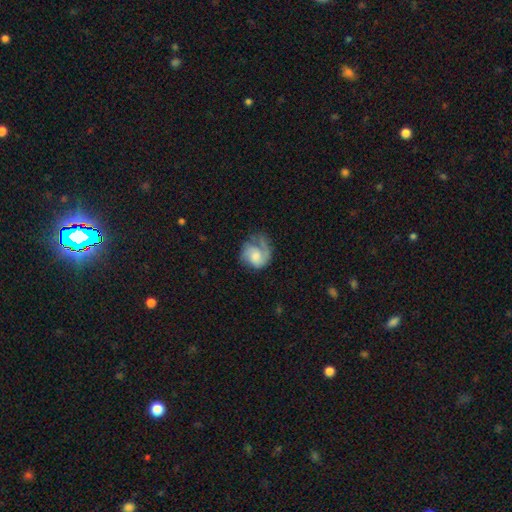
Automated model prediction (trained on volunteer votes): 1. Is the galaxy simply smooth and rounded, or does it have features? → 60% featured or disk, 33% smooth, 7% star or artifact.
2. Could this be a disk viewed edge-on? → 98% no, 2% yes.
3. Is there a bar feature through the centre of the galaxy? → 68% no, 28% weak, 4% strong.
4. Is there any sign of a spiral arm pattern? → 88% yes, 12% no.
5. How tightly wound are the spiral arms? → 41% medium, 35% tight, 24% loose.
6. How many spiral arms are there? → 42% 1, 39% 2, 12% can't tell, 5% 3, 1% 4, 1% more than 4.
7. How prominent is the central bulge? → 37% moderate, 25% small, 19% large, 16% none, 3% dominant.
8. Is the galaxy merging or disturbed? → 45% none, 27% major disturbance, 26% minor disturbance, 2% merger.